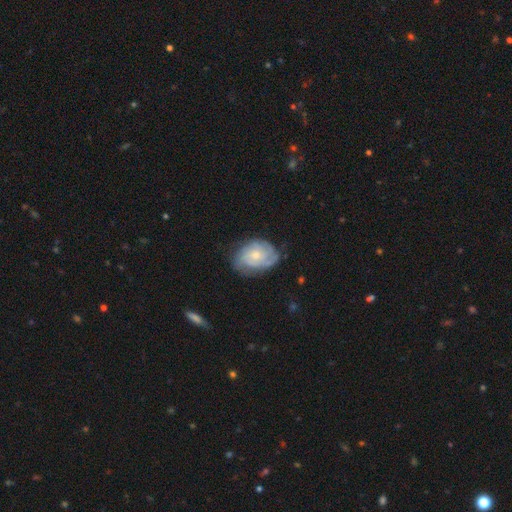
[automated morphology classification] Overall: featured or disk (67%). Edge-on disk: no (97%). Bar: no (78%). Spiral arms: yes (89%). Spiral arm count: can't tell (40%; 3 22%). Spiral winding: tight (62%; medium 29%). Bulge size: small (53%; moderate 41%). Merging: none (67%).